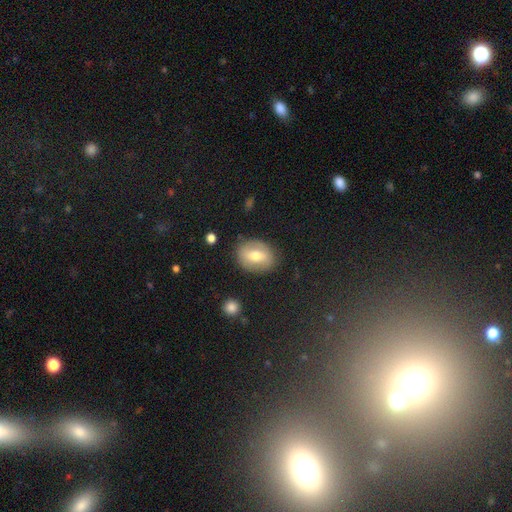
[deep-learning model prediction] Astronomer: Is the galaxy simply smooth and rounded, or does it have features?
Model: smooth — 51% (runner-up: featured or disk, 40%).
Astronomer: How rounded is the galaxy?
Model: in between — 63%.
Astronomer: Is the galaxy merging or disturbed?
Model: none — 85%.